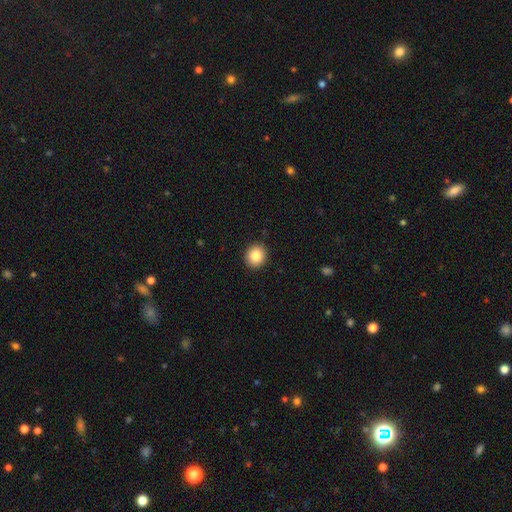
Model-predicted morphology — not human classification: smooth_or_featured: smooth (p=0.85) [alt: star or artifact p=0.09]
how_rounded: round (p=0.84) [alt: in between p=0.15]
merging: none (p=0.92) [alt: minor disturbance p=0.06]